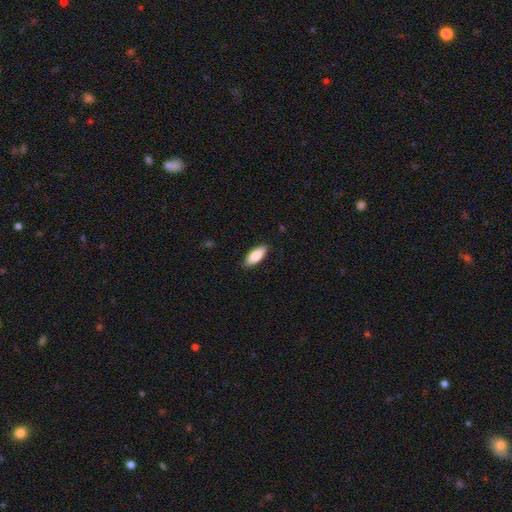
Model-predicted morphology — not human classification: Smooth or featured?
  - smooth: 87% *
  - featured or disk: 8%
  - star or artifact: 6%
How rounded?
  - in between: 80% *
  - cigar-shaped: 18%
  - round: 2%
Merging?
  - none: 87% *
  - minor disturbance: 10%
  - major disturbance: 2%
  - merger: 1%